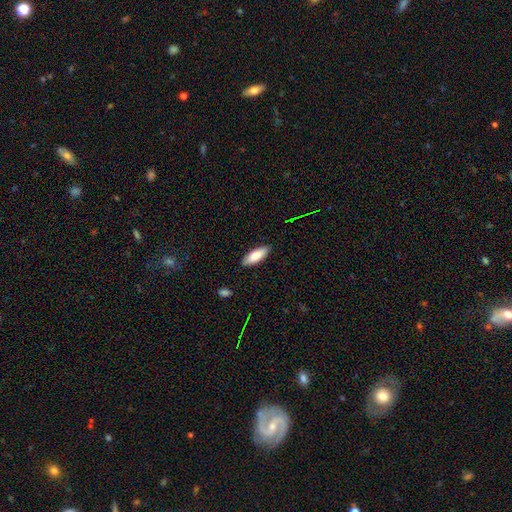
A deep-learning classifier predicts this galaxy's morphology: Smooth or featured? smooth (83%)
How rounded? in between (69%)
Merging? none (87%)